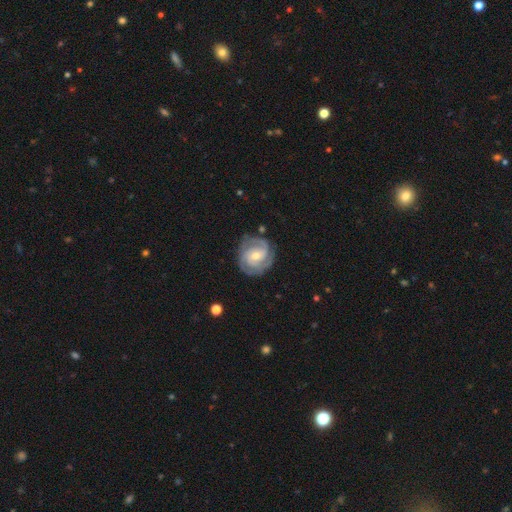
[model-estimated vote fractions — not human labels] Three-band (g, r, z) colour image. It shows a featured or disk galaxy (87%) with no bar (57%), 3 (39%) tight (65%) spiral arms (97%) and a moderate central bulge (54%). Merging: none (79%).